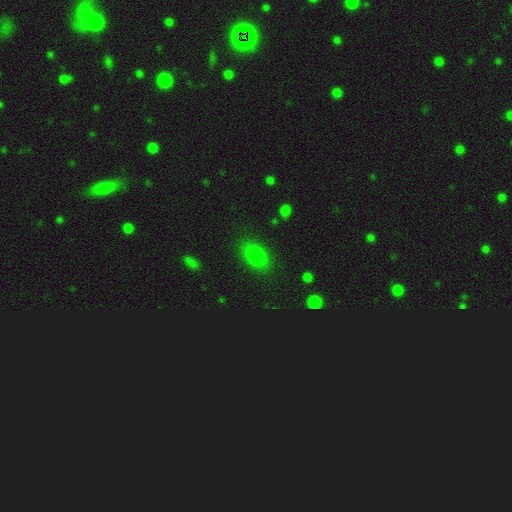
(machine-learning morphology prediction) type=smooth (81%); roundness=in between (81%); merging=none (84%).